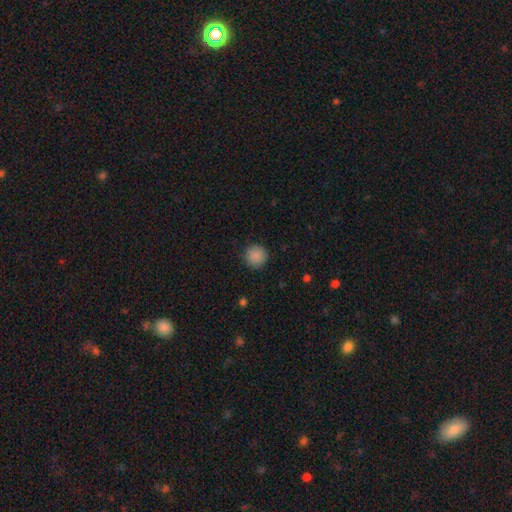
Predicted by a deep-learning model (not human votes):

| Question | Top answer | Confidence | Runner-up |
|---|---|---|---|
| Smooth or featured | smooth | 88% | star or artifact (9%) |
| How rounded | round | 95% | in between (4%) |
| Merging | none | 90% | minor disturbance (7%) |